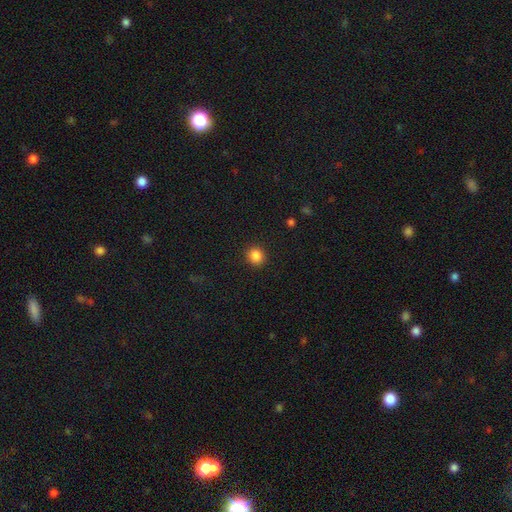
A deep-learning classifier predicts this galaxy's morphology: This appears to be a smooth galaxy with no disk features (86%) that is round (86%). Merging: none (91%).